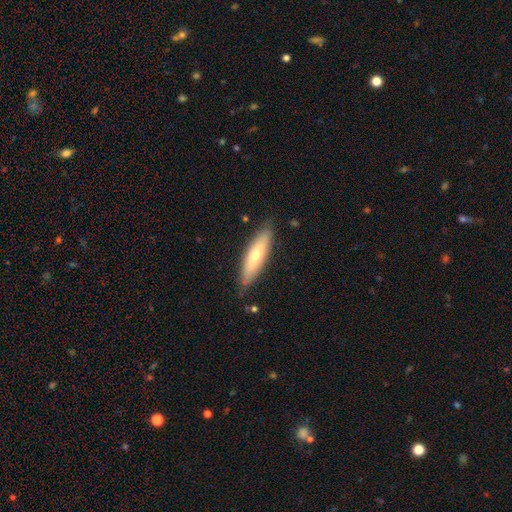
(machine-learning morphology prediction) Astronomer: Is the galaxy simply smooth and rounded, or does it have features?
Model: smooth — 59% (runner-up: featured or disk, 35%).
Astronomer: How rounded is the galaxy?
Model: cigar-shaped — 62%.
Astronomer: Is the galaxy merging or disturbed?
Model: none — 83%.